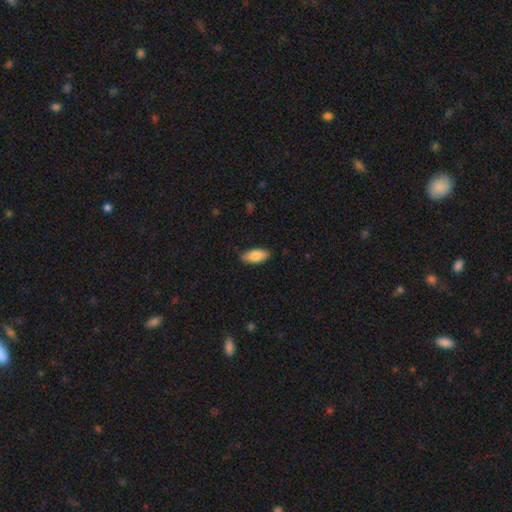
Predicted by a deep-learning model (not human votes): The model was most divided on "merging": none: 85%, minor disturbance: 12%, major disturbance: 2%, merger: 1%. More confident: how rounded — in between (88%); smooth or featured — smooth (85%).